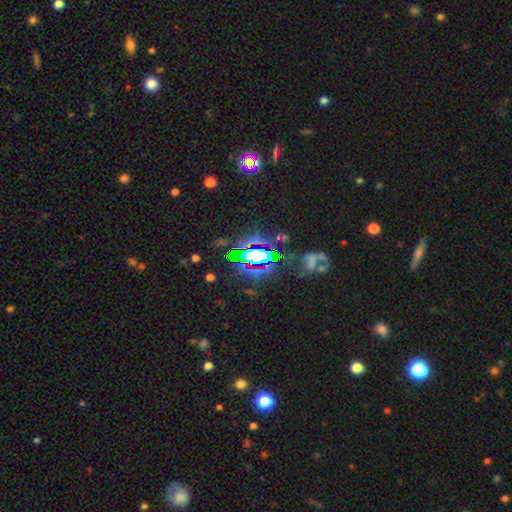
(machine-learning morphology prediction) This is likely a star or artifact rather than a galaxy (70%).